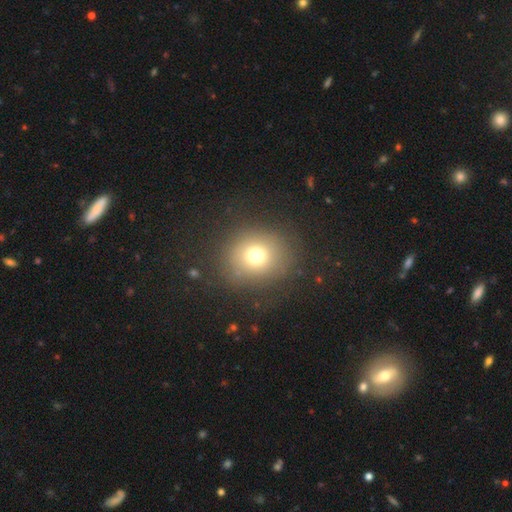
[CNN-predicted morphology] A smooth galaxy with no disk features (72%) that is round (78%).

Vote fractions:
- Smooth or featured? smooth: 72% / star or artifact: 16% / featured or disk: 12%
- How rounded? round: 78% / in between: 21% / cigar-shaped: 1%
- Merging? none: 82% / minor disturbance: 10% / major disturbance: 6% / merger: 1%